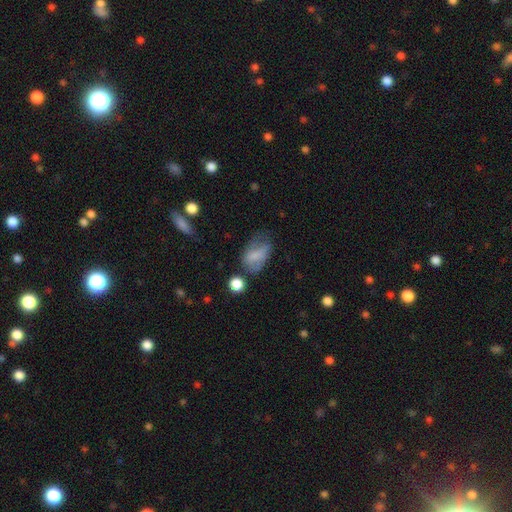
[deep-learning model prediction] This is likely a smooth galaxy (67%). How rounded: clearly in between (86%). Merging: marginally none (37%).